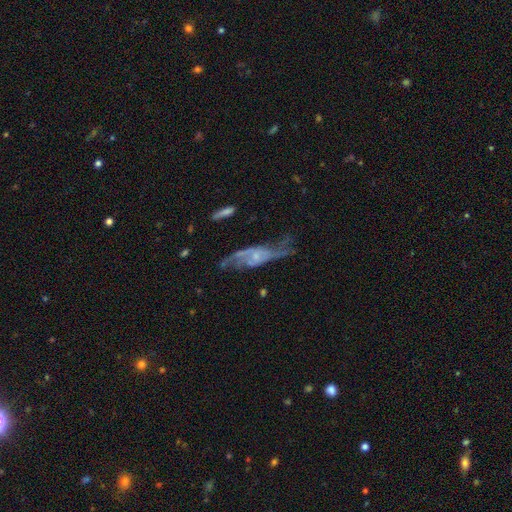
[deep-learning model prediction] A featured or disk galaxy (80%) with no bar (59%), 2 (78%) loose (58%) spiral arms (85%) and a small central bulge (64%).

Vote fractions:
- Smooth or featured? featured or disk: 80% / smooth: 13% / star or artifact: 8%
- Edge-on disk? no: 83% / yes: 17%
- Bar? no: 59% / weak: 32% / strong: 9%
- Spiral arms? yes: 85% / no: 15%
- Spiral winding? loose: 58% / medium: 30% / tight: 11%
- Spiral arm count? 2: 78% / can't tell: 12% / 1: 4% / 3: 3% / 4: 2% / more than 4: 1%
- Bulge size? small: 64% / moderate: 20% / none: 13% / large: 2% / dominant: 1%
- Merging? none: 50% / major disturbance: 23% / minor disturbance: 22% / merger: 5%